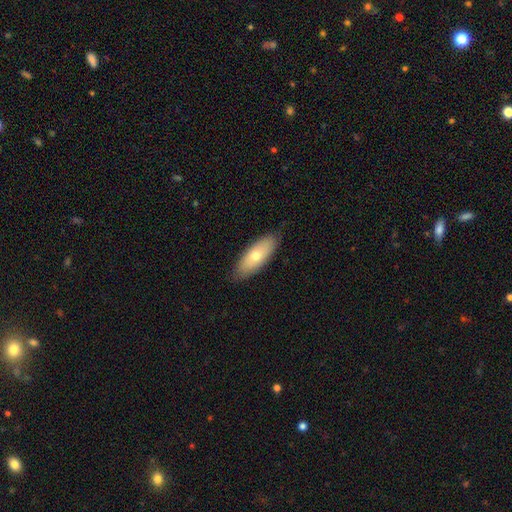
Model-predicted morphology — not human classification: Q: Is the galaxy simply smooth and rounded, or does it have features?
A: smooth — 66%.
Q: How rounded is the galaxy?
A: in between — 74%.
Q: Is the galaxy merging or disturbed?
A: none — 85%.